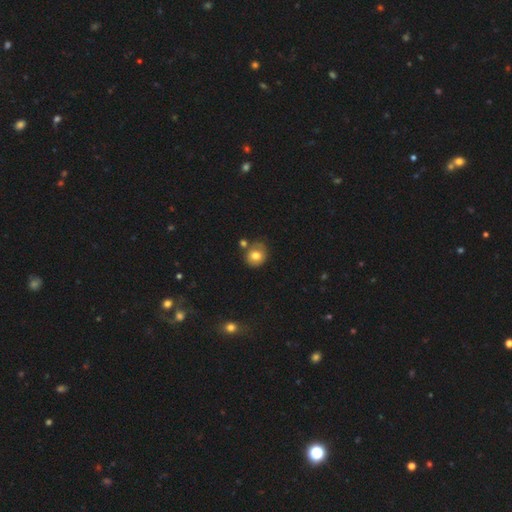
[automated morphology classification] The model was most divided on "merging": none: 67%, minor disturbance: 16%, merger: 12%, major disturbance: 4%. More confident: how rounded — round (78%); smooth or featured — smooth (75%).